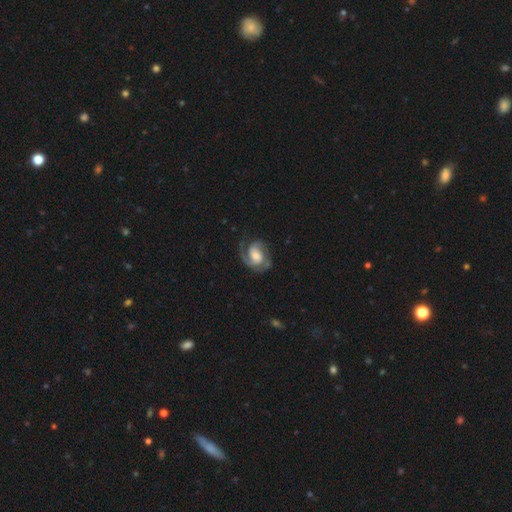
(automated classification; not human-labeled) Smooth or featured? featured or disk (86%)
Edge-on disk? no (98%)
Bar? no (49%)
Spiral arms? yes (97%)
Spiral winding? medium (46%)
Spiral arm count? 2 (74%)
Bulge size? moderate (53%)
Merging? none (68%)